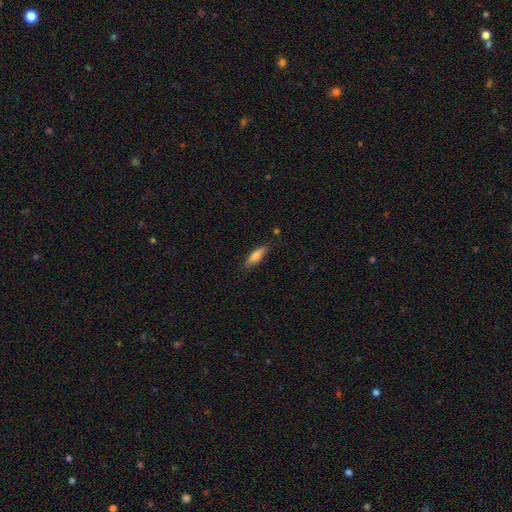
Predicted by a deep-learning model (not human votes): Smooth or featured?
  - smooth: 70% *
  - featured or disk: 23%
  - star or artifact: 6%
How rounded?
  - cigar-shaped: 56% *
  - in between: 42%
  - round: 2%
Merging?
  - none: 81% *
  - minor disturbance: 14%
  - major disturbance: 3%
  - merger: 2%